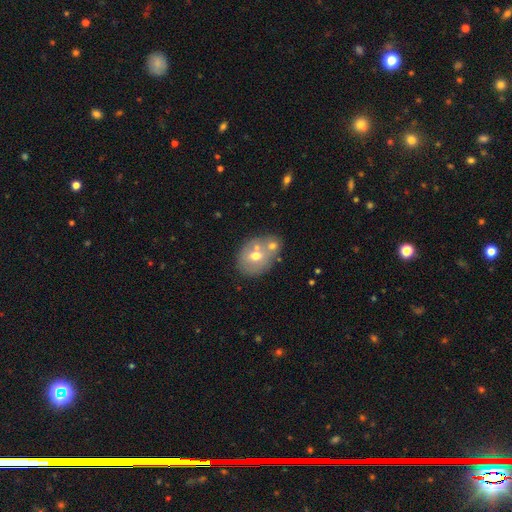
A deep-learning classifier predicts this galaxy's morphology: This is possibly a smooth galaxy (57%). How rounded: possibly in between (50%). Merging: possibly none (46%).